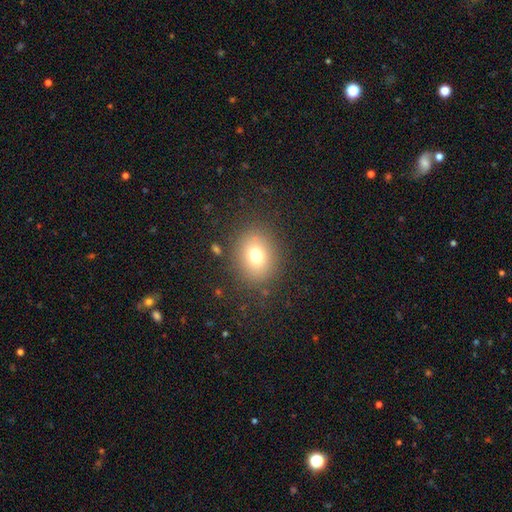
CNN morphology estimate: This appears to be a smooth galaxy with no disk features (74%) that is round (53%). Merging: none (83%).